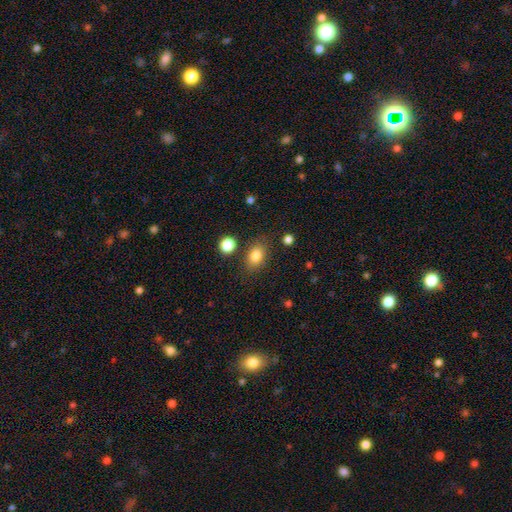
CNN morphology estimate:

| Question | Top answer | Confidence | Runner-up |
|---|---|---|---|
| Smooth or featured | smooth | 83% | star or artifact (10%) |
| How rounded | in between | 76% | round (22%) |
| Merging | none | 79% | minor disturbance (12%) |